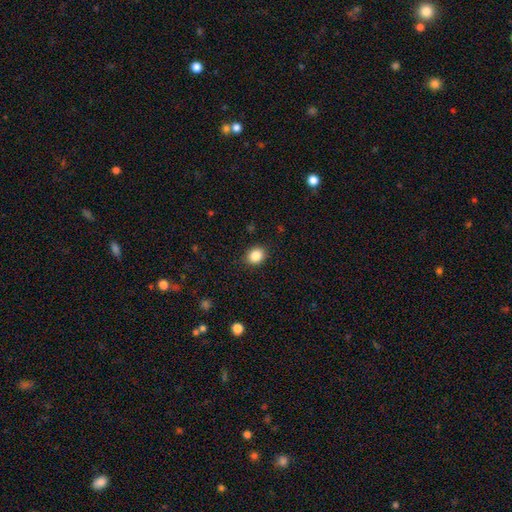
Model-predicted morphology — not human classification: type=smooth (86%); roundness=round (62%); merging=none (90%).